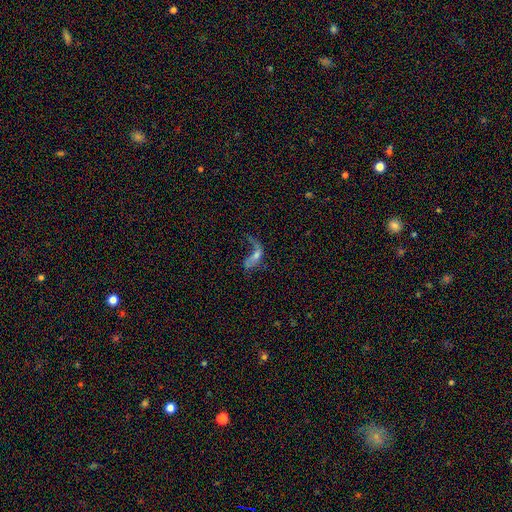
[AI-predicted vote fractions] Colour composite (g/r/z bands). It shows a featured or disk galaxy (58%) with no bar (64%), spiral arms (57%) and a small central bulge (45%). Merging: major disturbance (50%).